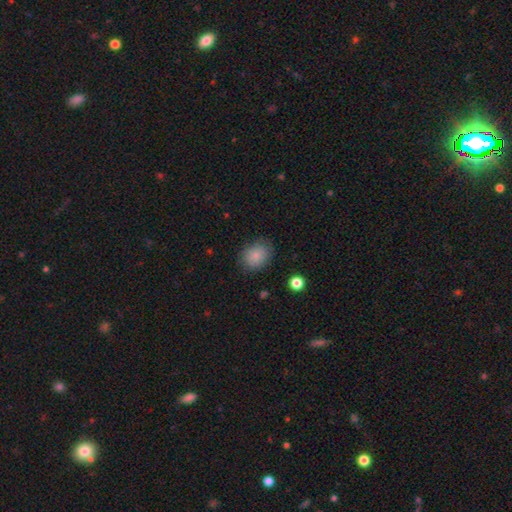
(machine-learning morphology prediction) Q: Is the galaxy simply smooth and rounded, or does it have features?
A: smooth — 84%.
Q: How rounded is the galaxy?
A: in between — 51%.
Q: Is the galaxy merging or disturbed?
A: none — 78%.